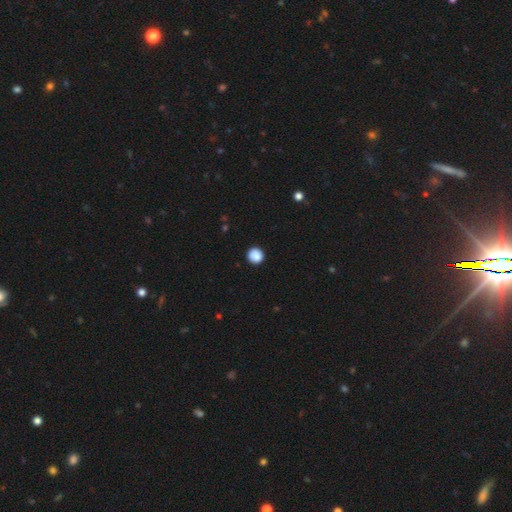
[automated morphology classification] Smooth or featured: smooth — 88% (star or artifact — 9%)
How rounded: round — 94% (in between — 5%)
Merging: none — 91% (minor disturbance — 6%)